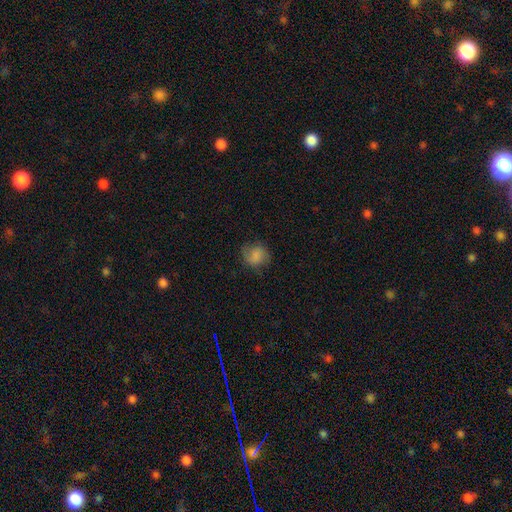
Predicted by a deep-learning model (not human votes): A smooth galaxy with no disk features (75%) that is round (76%). Merging: none (71%).